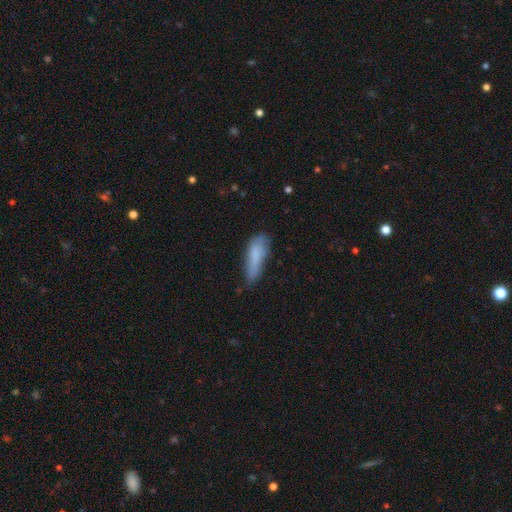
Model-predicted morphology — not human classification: smooth_or_featured: smooth (p=0.79) [alt: featured or disk p=0.13]
how_rounded: cigar-shaped (p=0.50) [alt: in between p=0.48]
merging: none (p=0.48) [alt: minor disturbance p=0.36]